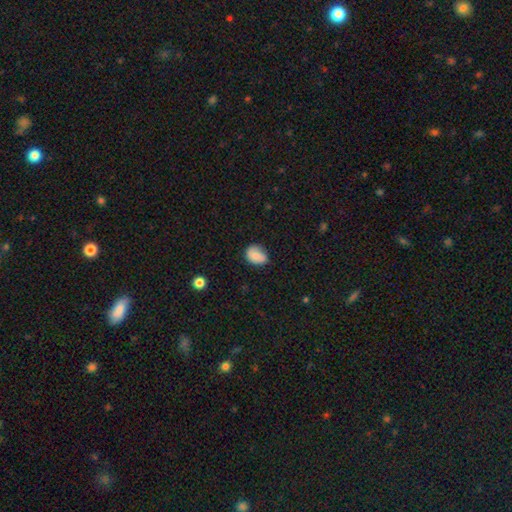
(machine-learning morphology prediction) Q: Smooth or featured?
A: smooth (80%); runner-up: featured or disk (12%)
Q: How rounded?
A: in between (67%); runner-up: round (32%)
Q: Merging?
A: none (65%); runner-up: minor disturbance (28%)